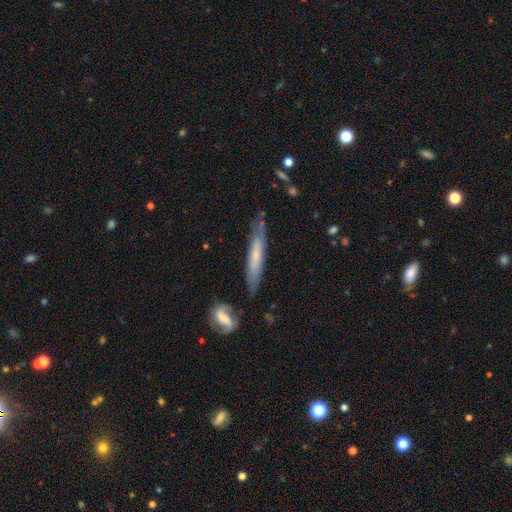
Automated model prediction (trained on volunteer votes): Q: Smooth or featured?
A: smooth (53%); runner-up: featured or disk (41%)
Q: How rounded?
A: cigar-shaped (91%); runner-up: in between (7%)
Q: Merging?
A: none (74%); runner-up: minor disturbance (18%)